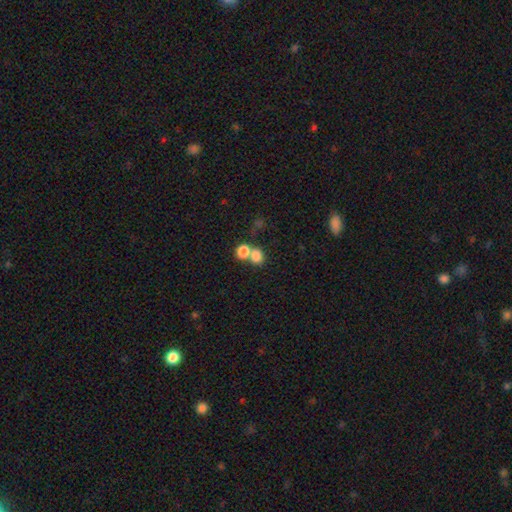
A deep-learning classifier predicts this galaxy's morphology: Smooth or featured? smooth (80%)
How rounded? round (68%)
Merging? merger (53%)